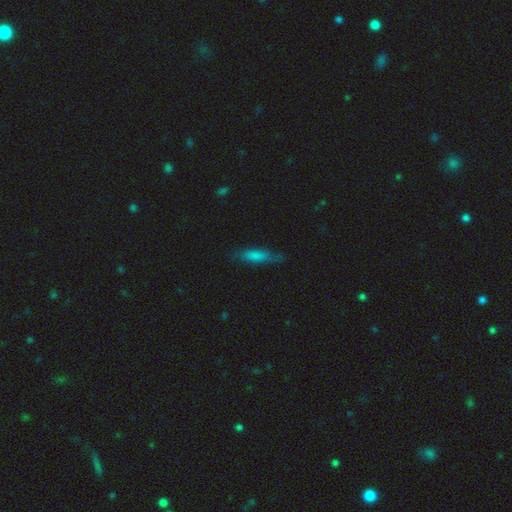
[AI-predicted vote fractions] This appears to be a smooth galaxy with no disk features (74%) that is cigar-shaped (66%). Merging: none (72%).